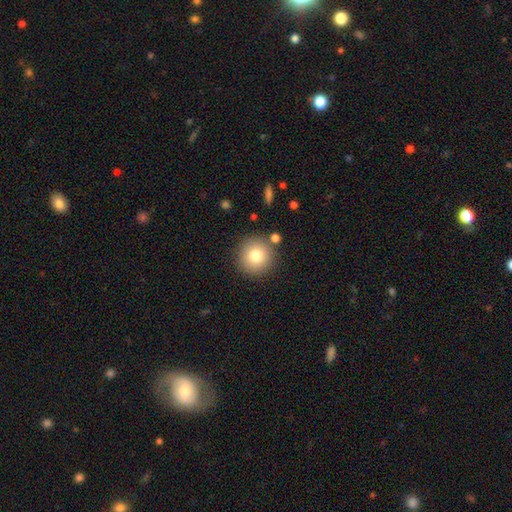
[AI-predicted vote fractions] smooth-or-featured: smooth: 79% | featured or disk: 11% | star or artifact: 11%
  how-rounded: round: 94% | in between: 5% | cigar-shaped: 1%
  merging: none: 85% | minor disturbance: 8% | merger: 5% | major disturbance: 3%